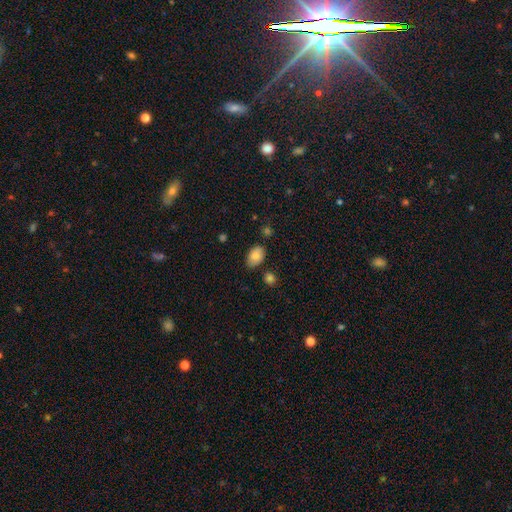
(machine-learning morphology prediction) This appears to be a smooth galaxy with no disk features (80%) that is in between round and cigar-shaped (90%). Merging: none (74%).